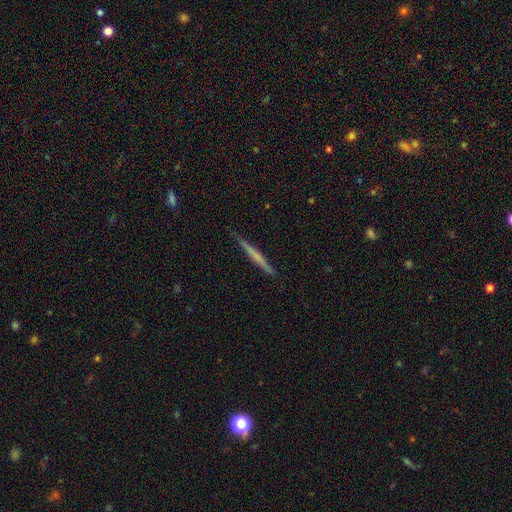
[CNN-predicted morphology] smooth_or_featured: featured or disk (p=0.52) [alt: smooth p=0.42]
disk_edge_on: yes (p=0.98) [alt: no p=0.02]
edge_on_bulge: none (p=0.68) [alt: rounded p=0.24]
merging: none (p=0.88) [alt: minor disturbance p=0.09]